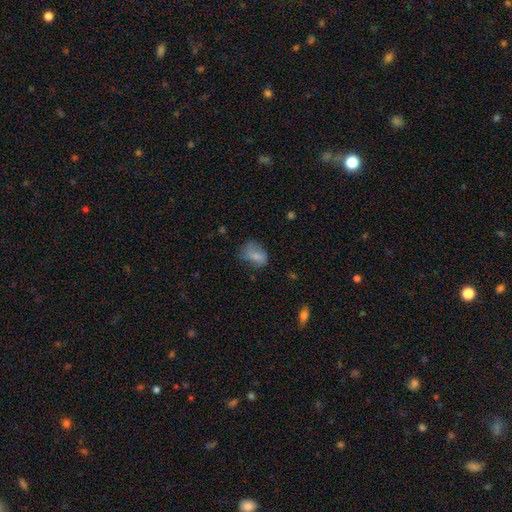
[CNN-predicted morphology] This is likely a smooth galaxy (70%). How rounded: likely in between (79%). Merging: marginally none (40%).